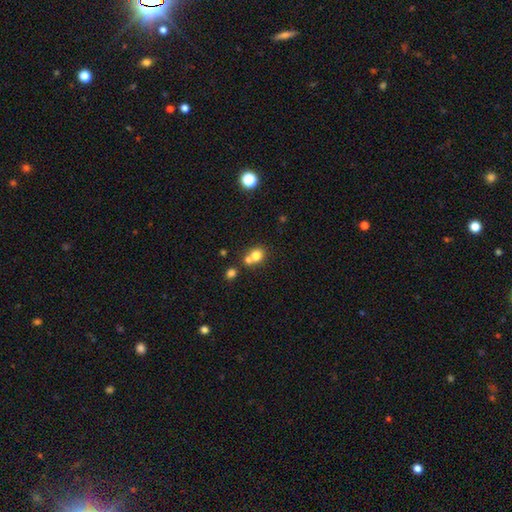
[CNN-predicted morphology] A smooth galaxy with no disk features (77%) that is round (79%). Merging: none (46%).